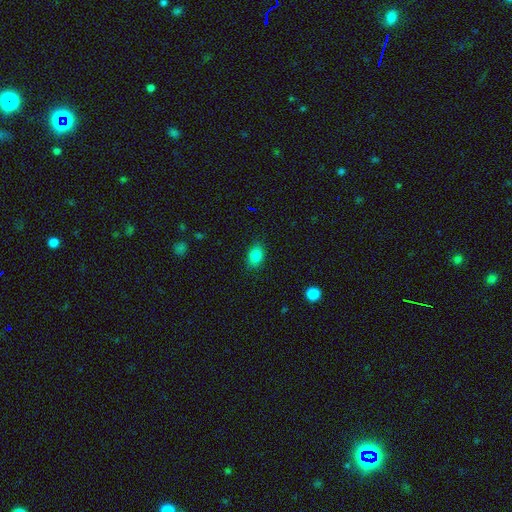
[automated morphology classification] Smooth or featured? Predicted: smooth (p=0.83). How rounded? Predicted: in between (p=0.76). Merging? Predicted: none (p=0.85).